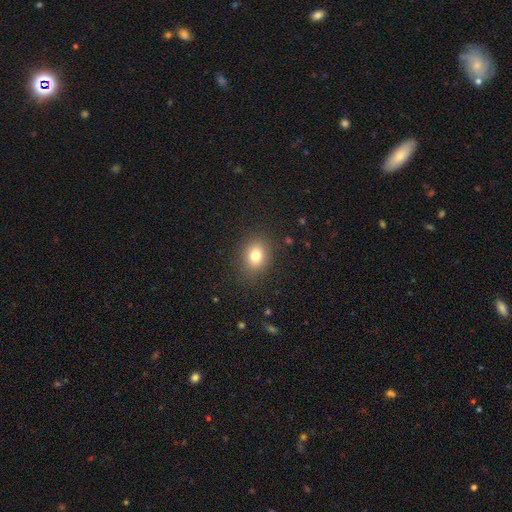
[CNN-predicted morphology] Smooth or featured: smooth — 79% (star or artifact — 13%)
How rounded: round — 54% (in between — 45%)
Merging: none — 86% (minor disturbance — 9%)